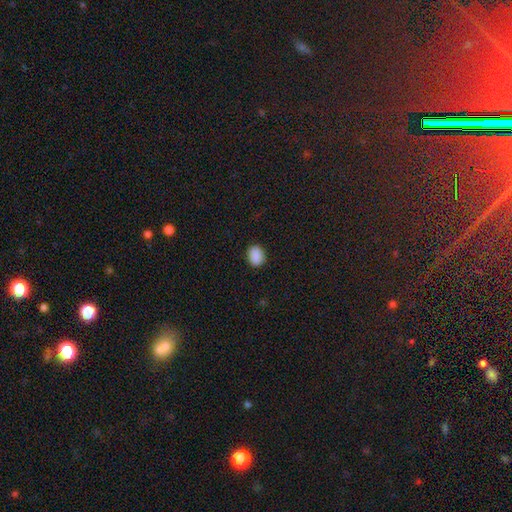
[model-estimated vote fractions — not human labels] The model was most divided on "how rounded": in between: 55%, round: 43%, cigar-shaped: 1%. More confident: smooth or featured — smooth (89%); merging — none (87%).